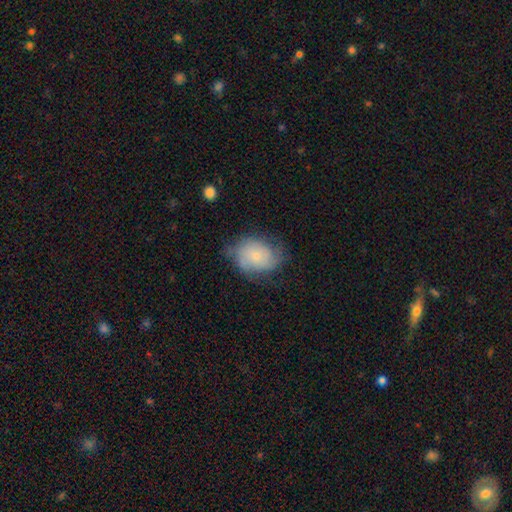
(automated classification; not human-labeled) Overall: smooth (57%; featured or disk 36%). How rounded: in between (59%; round 40%). Merging: none (56%; minor disturbance 31%).